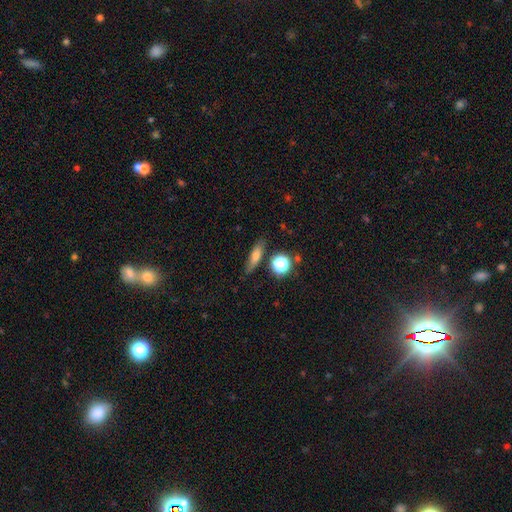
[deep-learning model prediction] The model was most divided on "how rounded": cigar-shaped: 54%, in between: 34%, round: 12%. More confident: merging — none (77%); smooth or featured — smooth (65%).